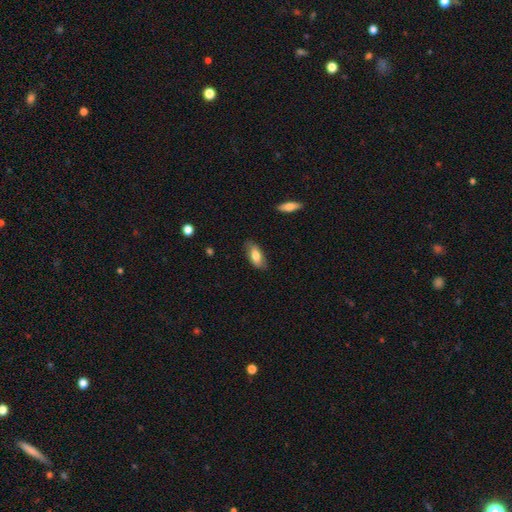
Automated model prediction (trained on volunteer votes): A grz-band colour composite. It shows a smooth galaxy with no disk features (74%) that is in between round and cigar-shaped (88%). Merging: none (82%).